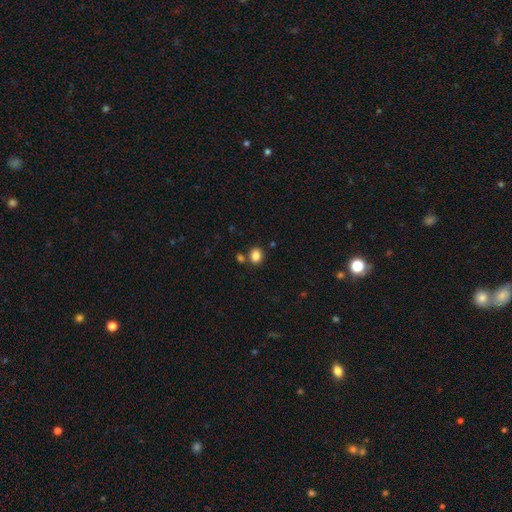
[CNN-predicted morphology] This appears to be a smooth galaxy with no disk features (85%) that is round (54%). Merging: none (74%).